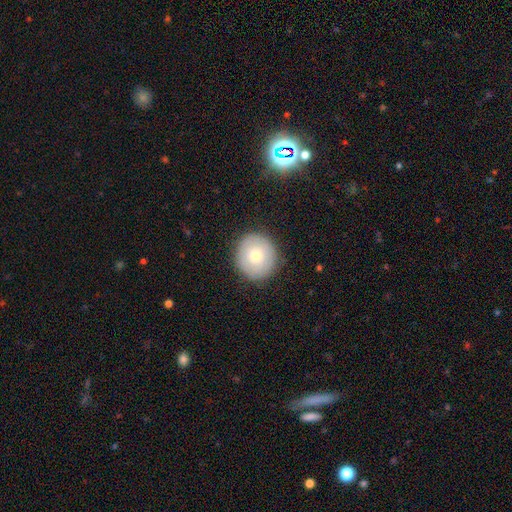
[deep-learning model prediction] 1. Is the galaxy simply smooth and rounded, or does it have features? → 73% smooth, 19% featured or disk, 8% star or artifact.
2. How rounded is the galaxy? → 90% round, 9% in between, 1% cigar-shaped.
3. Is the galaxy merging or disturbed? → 88% none, 9% minor disturbance, 3% major disturbance, 1% merger.